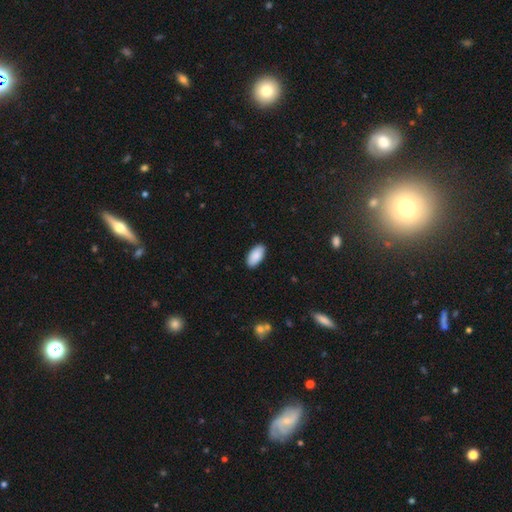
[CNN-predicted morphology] Overall: smooth (89%). How rounded: in between (95%). Merging: none (90%).